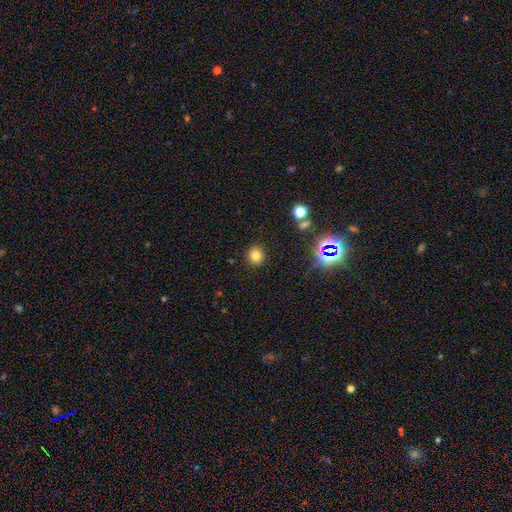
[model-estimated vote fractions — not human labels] Smooth or featured? Predicted: smooth (p=0.78). How rounded? Predicted: round (p=0.88). Merging? Predicted: none (p=0.91).